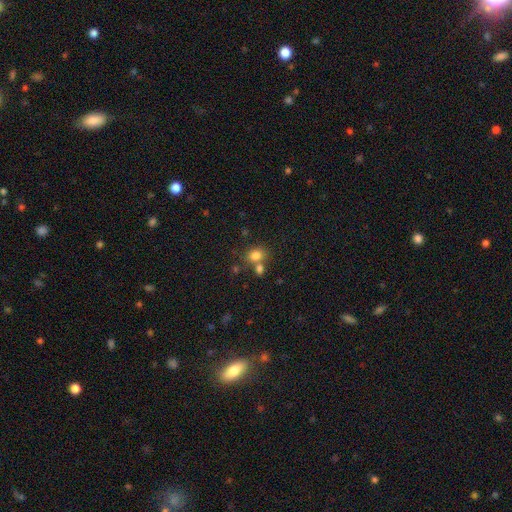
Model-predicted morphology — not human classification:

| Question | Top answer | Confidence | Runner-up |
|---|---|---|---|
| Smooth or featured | smooth | 80% | star or artifact (12%) |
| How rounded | round | 58% | in between (41%) |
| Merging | none | 53% | merger (32%) |